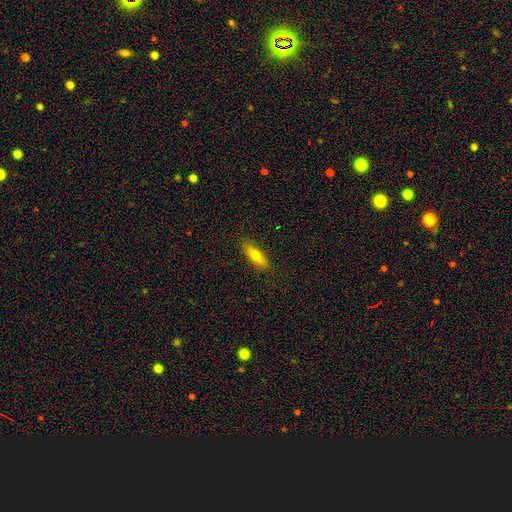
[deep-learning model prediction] A smooth galaxy with no disk features (67%) that is cigar-shaped (52%). Merging: none (88%).